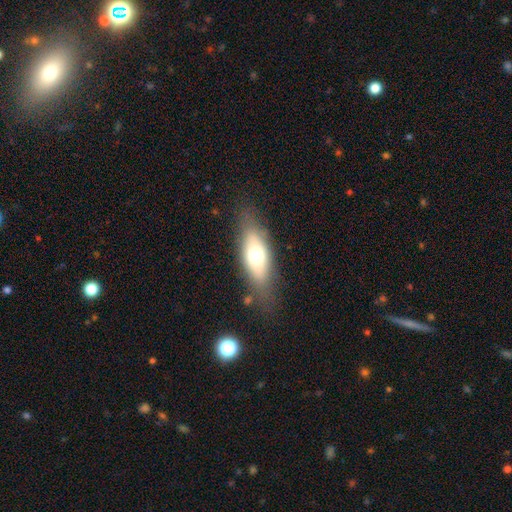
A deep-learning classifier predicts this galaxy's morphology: smooth-or-featured: smooth: 61% | featured or disk: 31% | star or artifact: 8%
  how-rounded: in between: 72% | cigar-shaped: 23% | round: 5%
  merging: none: 73% | minor disturbance: 17% | major disturbance: 7% | merger: 2%